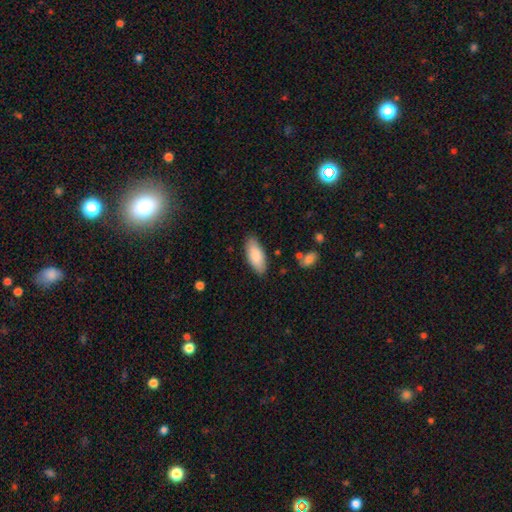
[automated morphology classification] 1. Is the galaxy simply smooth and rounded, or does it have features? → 85% smooth, 10% featured or disk, 5% star or artifact.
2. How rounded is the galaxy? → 84% in between, 15% cigar-shaped, 2% round.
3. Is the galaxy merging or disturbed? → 85% none, 12% minor disturbance, 2% major disturbance, 1% merger.